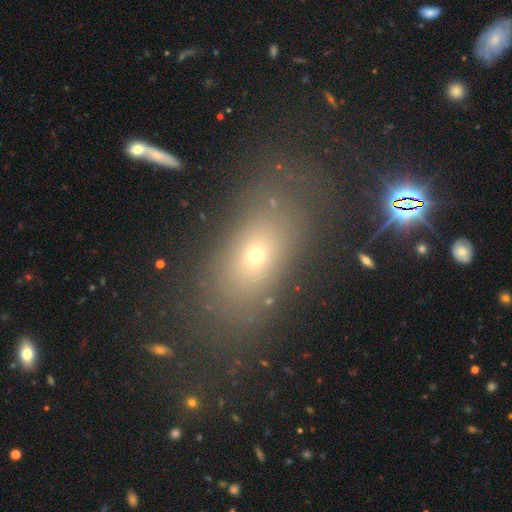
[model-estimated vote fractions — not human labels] Overall: smooth (58%; star or artifact 23%). How rounded: in between (72%). Merging: none (76%).